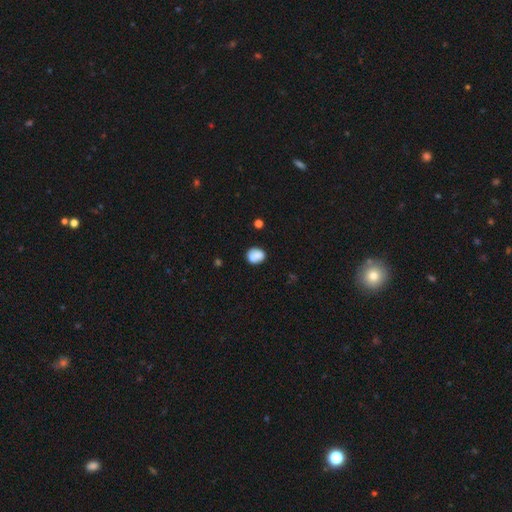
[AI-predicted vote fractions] The model was most divided on "how rounded": round: 65%, in between: 34%, cigar-shaped: 1%. More confident: smooth or featured — smooth (83%); merging — none (70%).